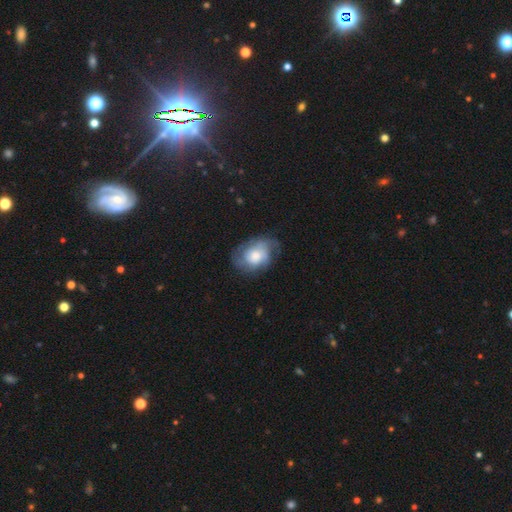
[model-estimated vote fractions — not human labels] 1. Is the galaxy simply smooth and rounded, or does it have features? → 52% featured or disk, 40% smooth, 8% star or artifact.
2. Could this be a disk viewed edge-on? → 97% no, 3% yes.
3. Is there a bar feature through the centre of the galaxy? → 82% no, 16% weak, 2% strong.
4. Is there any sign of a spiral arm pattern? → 76% yes, 24% no.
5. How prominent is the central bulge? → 41% large (tied), 41% moderate (tied), 11% small, 4% dominant, 3% none.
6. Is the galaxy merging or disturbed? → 60% none, 25% minor disturbance, 14% major disturbance, 1% merger.